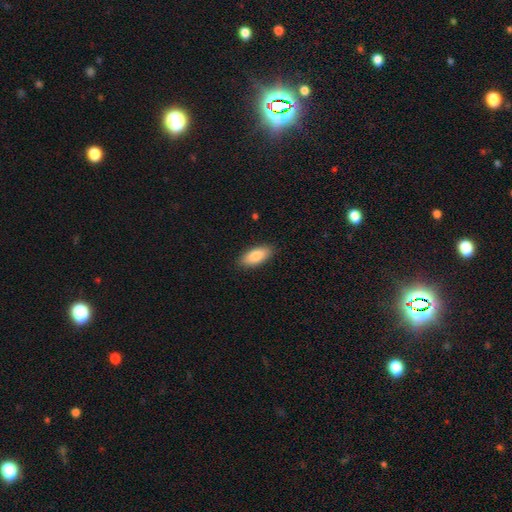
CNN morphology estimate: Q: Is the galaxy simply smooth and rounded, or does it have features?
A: smooth — 83%.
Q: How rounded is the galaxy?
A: in between — 85%.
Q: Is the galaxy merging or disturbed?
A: none — 88%.